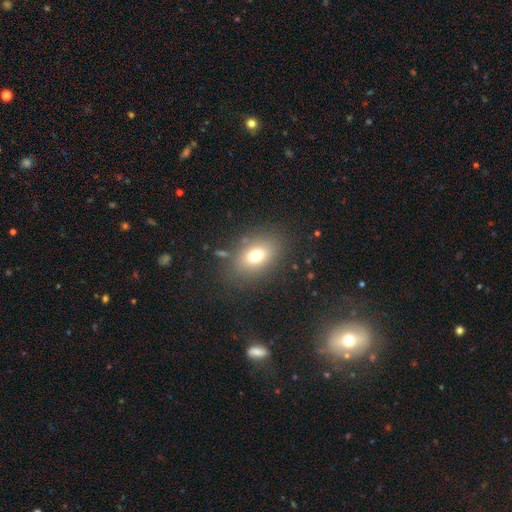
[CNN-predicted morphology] A smooth galaxy with no disk features (71%) that is in between round and cigar-shaped (75%).

Vote fractions:
- Smooth or featured? smooth: 71% / featured or disk: 15% / star or artifact: 13%
- How rounded? in between: 75% / round: 23% / cigar-shaped: 2%
- Merging? none: 81% / minor disturbance: 11% / major disturbance: 6% / merger: 3%